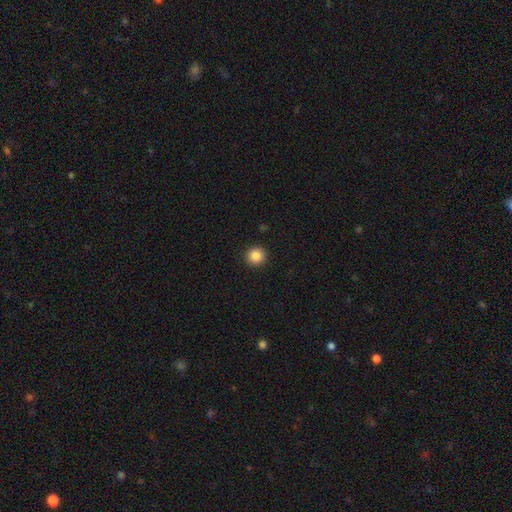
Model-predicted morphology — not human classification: smooth 86%, star or artifact 10%, featured or disk 4%. Down the decision tree: how rounded — round (95%); merging — none (93%).